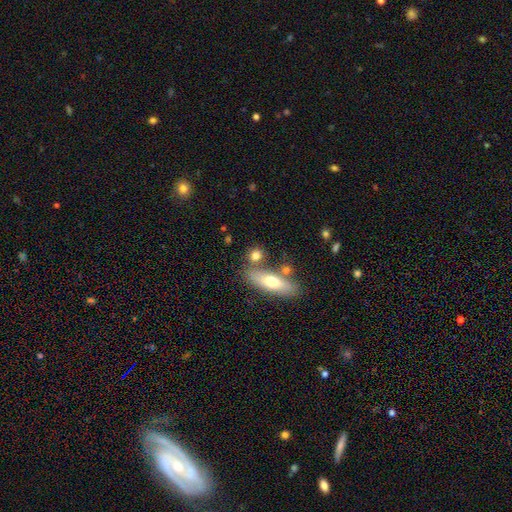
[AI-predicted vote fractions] This appears to be a smooth galaxy with no disk features (73%) that is round (43%). Merging: none (64%).